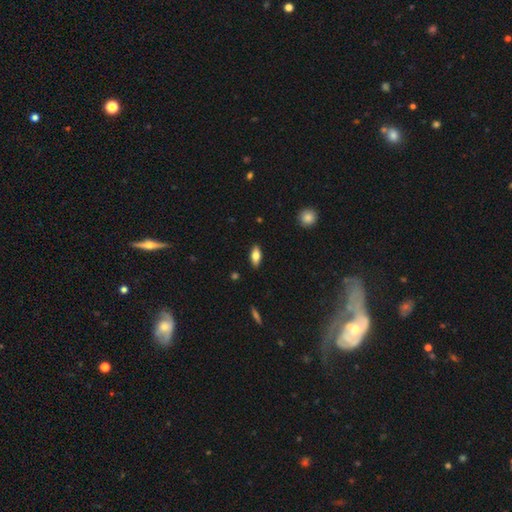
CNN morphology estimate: Overall: smooth (72%). How rounded: in between (82%). Merging: none (89%).